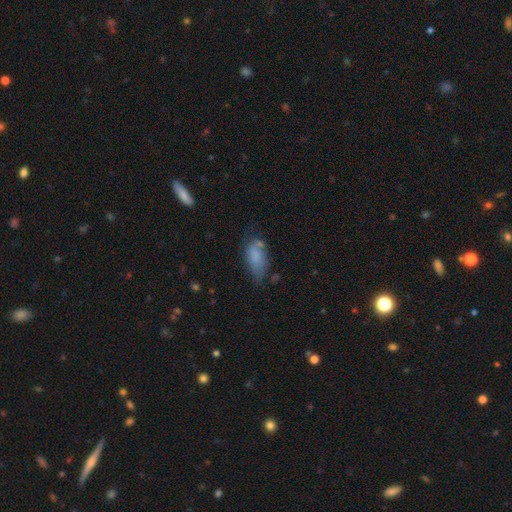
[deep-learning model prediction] Smooth or featured? Predicted: smooth (p=0.73). How rounded? Predicted: in between (p=0.88). Merging? Predicted: none (p=0.41).